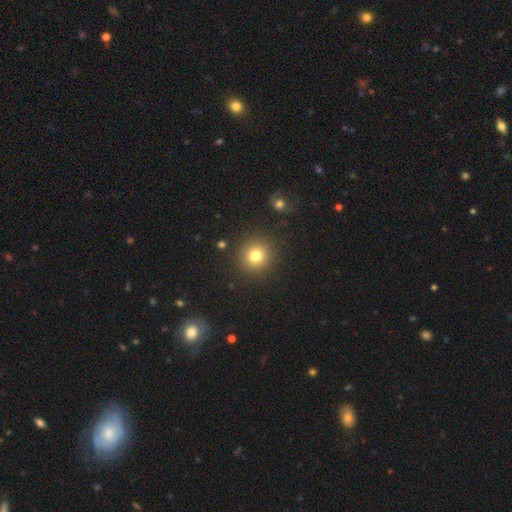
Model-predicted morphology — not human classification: type=smooth (79%); roundness=round (92%); merging=none (90%).